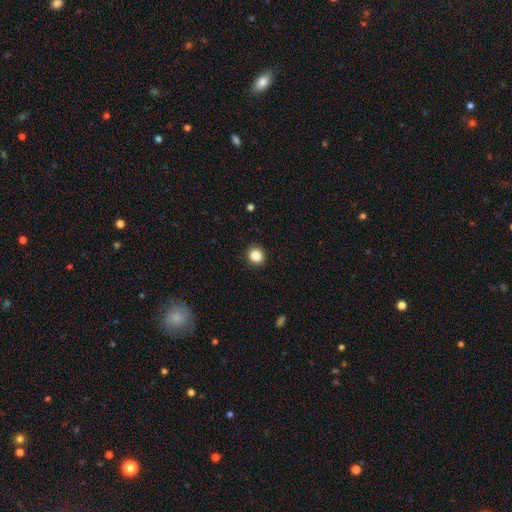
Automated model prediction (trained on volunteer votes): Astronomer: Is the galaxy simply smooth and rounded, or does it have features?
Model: smooth — 86%.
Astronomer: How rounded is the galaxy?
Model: round — 85%.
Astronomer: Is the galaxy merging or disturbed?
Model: none — 92%.